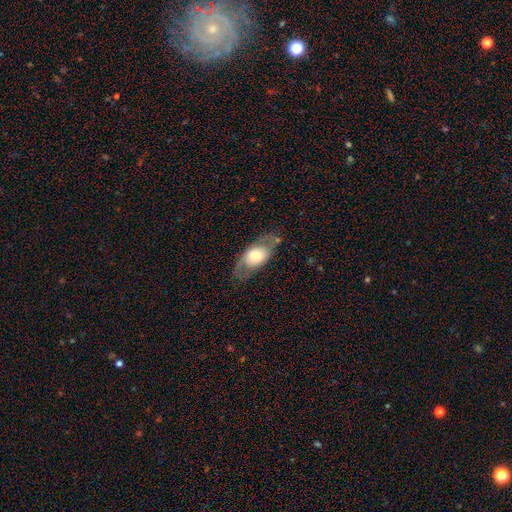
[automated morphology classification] smooth-or-featured: smooth: 51% | featured or disk: 42% | star or artifact: 7%
  how-rounded: in between: 82% | round: 12% | cigar-shaped: 5%
  merging: none: 72% | minor disturbance: 17% | major disturbance: 10% | merger: 2%